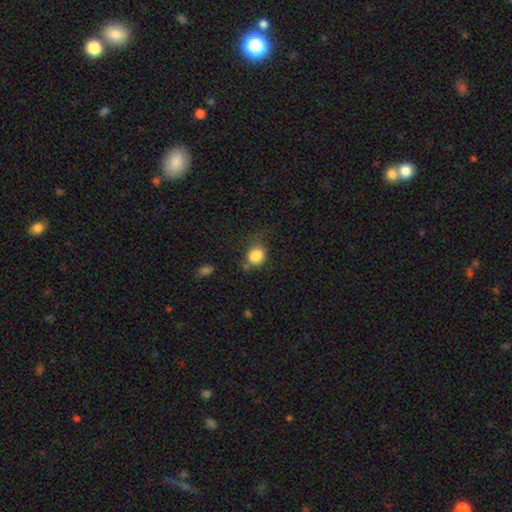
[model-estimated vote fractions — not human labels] Smooth or featured?
  - smooth: 83% *
  - star or artifact: 10%
  - featured or disk: 7%
How rounded?
  - round: 60% *
  - in between: 38%
  - cigar-shaped: 1%
Merging?
  - none: 44% *
  - minor disturbance: 30%
  - major disturbance: 17%
  - merger: 9%